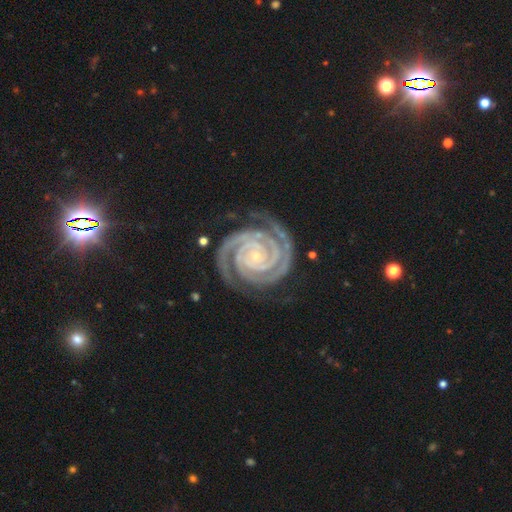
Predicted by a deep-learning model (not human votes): Overall: featured or disk (94%). Edge-on disk: no (98%). Bar: no (70%). Spiral arms: yes (99%). Spiral arm count: 2 (81%). Spiral winding: tight (89%). Bulge size: small (87%). Merging: none (81%).